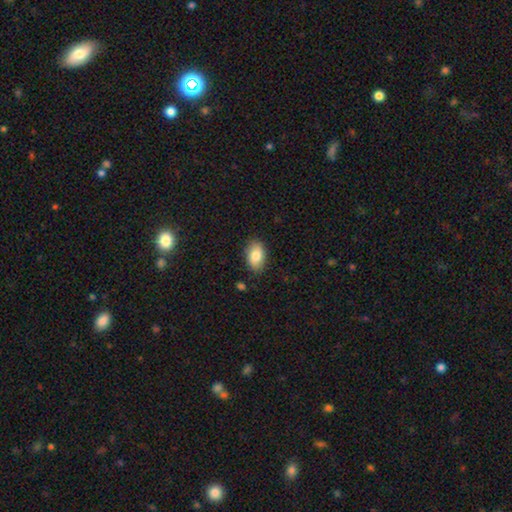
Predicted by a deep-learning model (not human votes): Overall: smooth (83%). How rounded: in between (89%). Merging: none (85%).